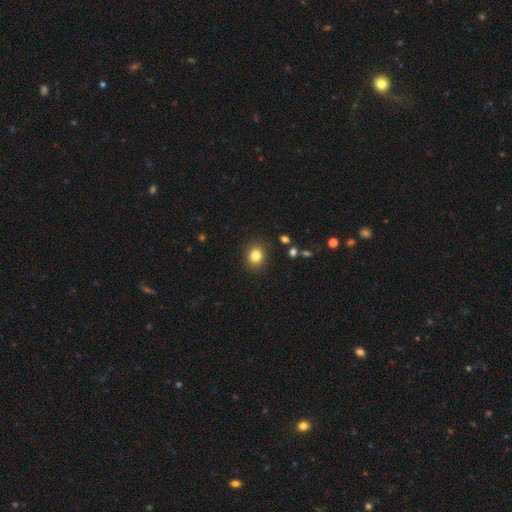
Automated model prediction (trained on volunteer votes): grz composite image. It shows a smooth galaxy with no disk features (83%) that is round (67%). Merging: none (88%).